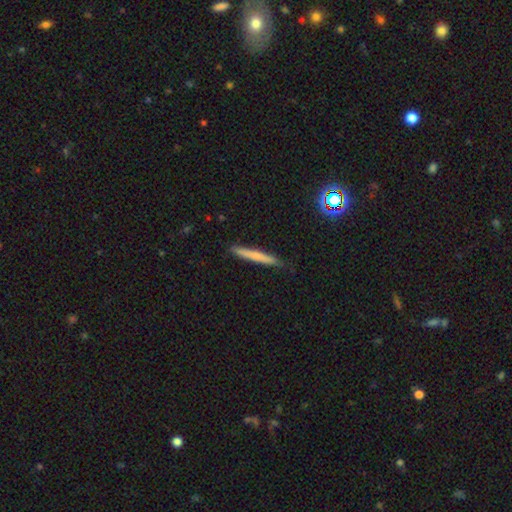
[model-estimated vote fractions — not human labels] Smooth or featured? Predicted: smooth (p=0.66). How rounded? Predicted: cigar-shaped (p=0.96). Merging? Predicted: none (p=0.86).